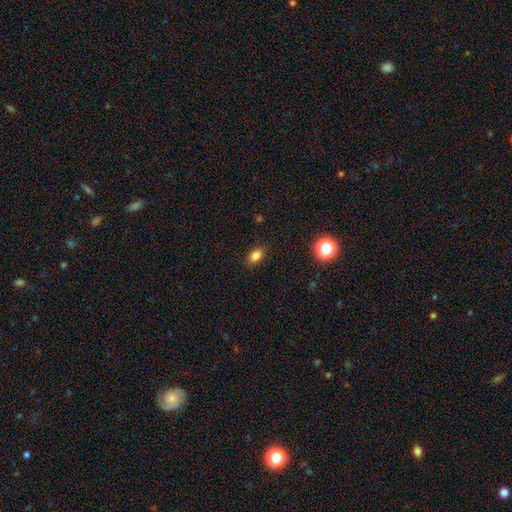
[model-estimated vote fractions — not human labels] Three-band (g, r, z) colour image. It shows a smooth galaxy with no disk features (82%) that is in between round and cigar-shaped (80%). Merging: none (88%).